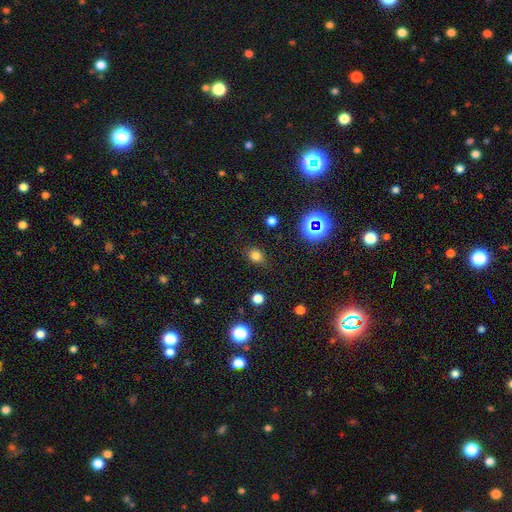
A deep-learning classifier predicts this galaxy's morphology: This is likely a smooth galaxy (76%). How rounded: likely round (63%). Merging: likely none (74%).